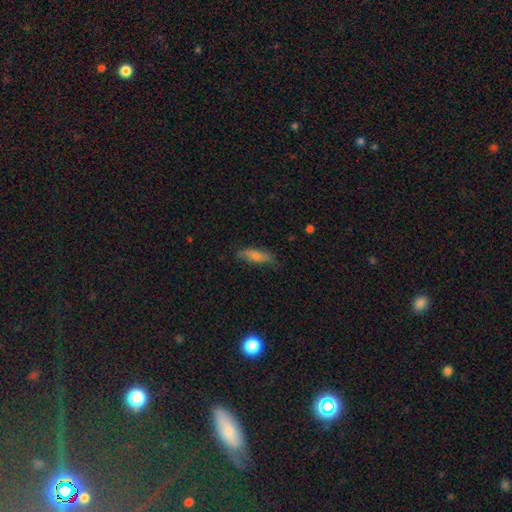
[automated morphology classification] A smooth galaxy with no disk features (62%) that is cigar-shaped (55%).

Vote fractions:
- Smooth or featured? smooth: 62% / featured or disk: 29% / star or artifact: 9%
- How rounded? cigar-shaped: 55% / in between: 42% / round: 3%
- Merging? none: 75% / minor disturbance: 19% / major disturbance: 4% / merger: 1%